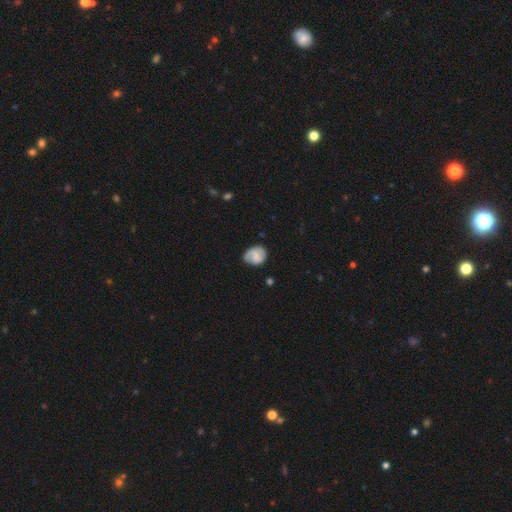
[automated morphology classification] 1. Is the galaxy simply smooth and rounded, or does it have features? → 58% smooth, 34% featured or disk, 8% star or artifact.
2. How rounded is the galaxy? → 53% round, 46% in between, 1% cigar-shaped.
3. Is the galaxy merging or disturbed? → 63% none, 26% minor disturbance, 9% major disturbance, 2% merger.